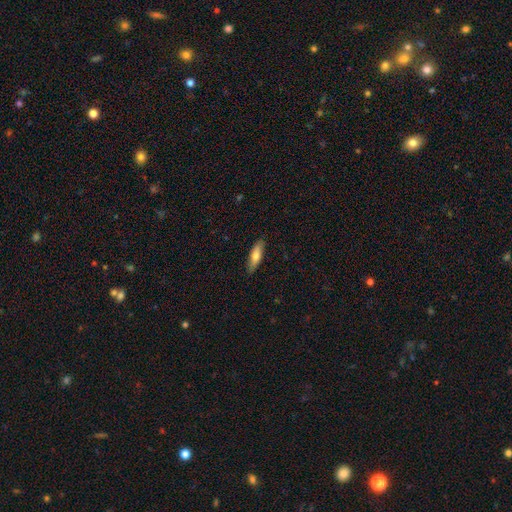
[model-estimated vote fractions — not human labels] smooth-or-featured: smooth: 69% | featured or disk: 25% | star or artifact: 6%
  how-rounded: cigar-shaped: 56% | in between: 42% | round: 2%
  merging: none: 86% | minor disturbance: 11% | major disturbance: 2% | merger: 1%